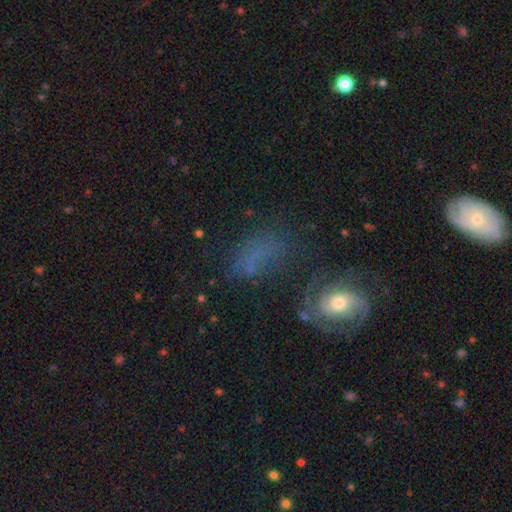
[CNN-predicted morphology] Smooth or featured? Predicted: smooth (p=0.44). Merging? Predicted: none (p=0.45).